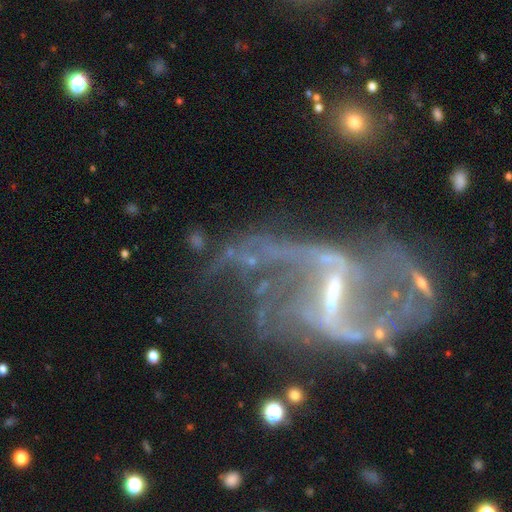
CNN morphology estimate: type=featured or disk (89%); edge-on=no (97%); bar=strong (55%); spiral arms=yes (92%); winding=loose (78%); arm count=2 (80%); bulge=small (57%); merging=none (42%).